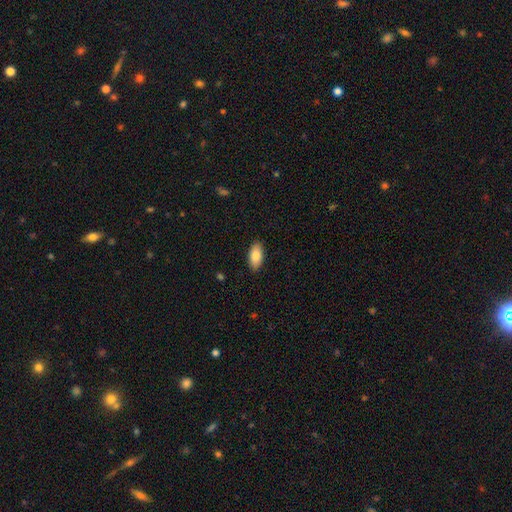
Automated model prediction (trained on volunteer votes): Q: Smooth or featured?
A: smooth (83%); runner-up: featured or disk (11%)
Q: How rounded?
A: in between (92%); runner-up: cigar-shaped (5%)
Q: Merging?
A: none (89%); runner-up: minor disturbance (8%)